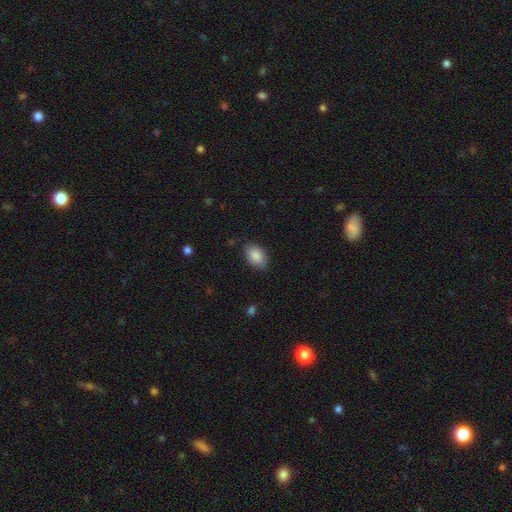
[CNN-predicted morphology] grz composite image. It shows a smooth galaxy with no disk features (88%) that is in between round and cigar-shaped (90%). Merging: none (81%).